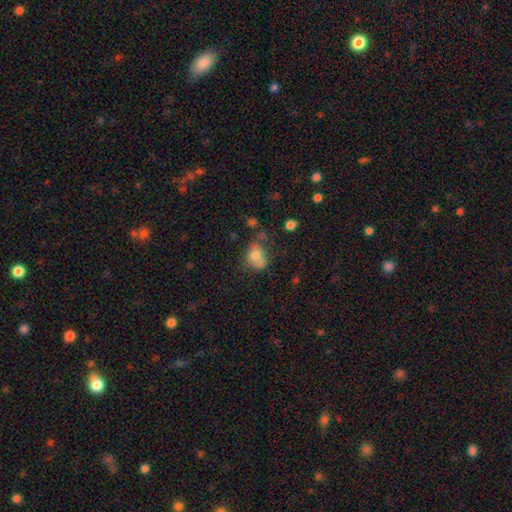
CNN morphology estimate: smooth 72%, featured or disk 17%, star or artifact 11%. Down the decision tree: how rounded — round (53%); merging — none (38%).